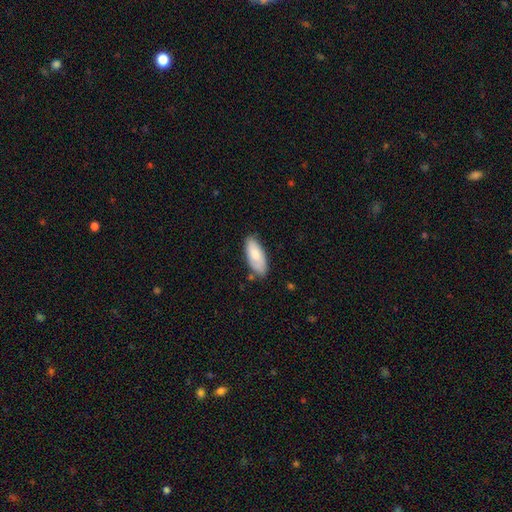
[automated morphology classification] smooth 80%, featured or disk 14%, star or artifact 6%. Down the decision tree: how rounded — in between (84%); merging — none (78%).